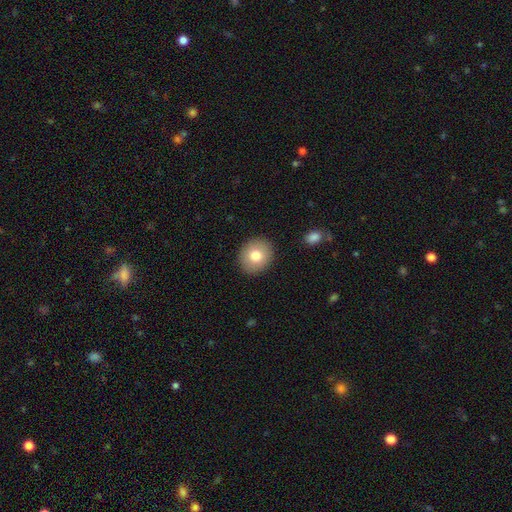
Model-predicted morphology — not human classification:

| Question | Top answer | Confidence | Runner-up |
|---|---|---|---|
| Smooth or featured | smooth | 78% | featured or disk (14%) |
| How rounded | round | 76% | in between (23%) |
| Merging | none | 90% | minor disturbance (7%) |